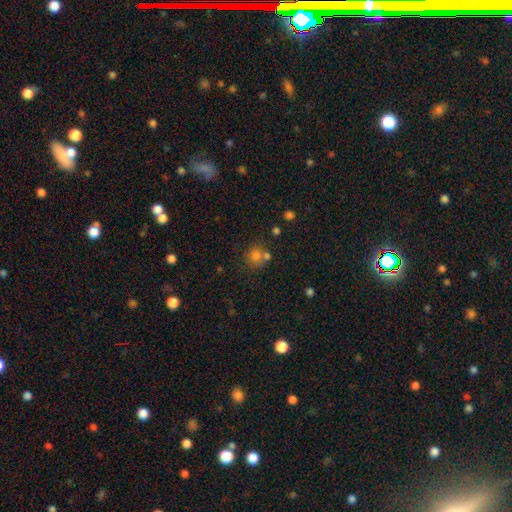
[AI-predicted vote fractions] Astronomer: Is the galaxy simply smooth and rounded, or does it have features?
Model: smooth — 70%.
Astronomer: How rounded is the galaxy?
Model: round — 86%.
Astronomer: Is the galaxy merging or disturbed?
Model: none — 61%.